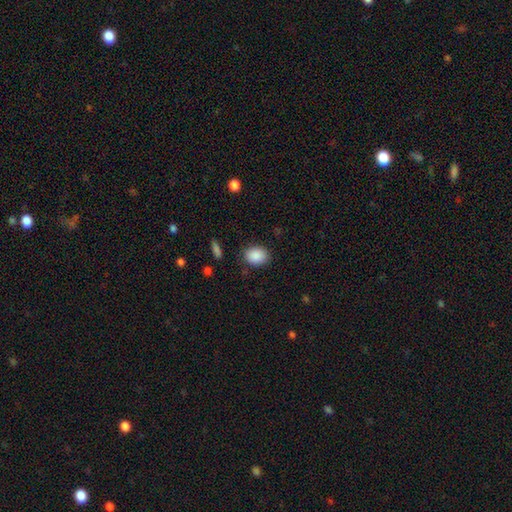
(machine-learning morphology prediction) A smooth galaxy with no disk features (89%) that is in between round and cigar-shaped (57%). Merging: none (84%).